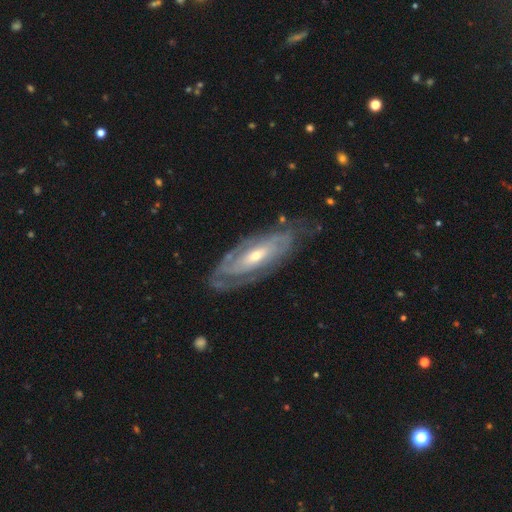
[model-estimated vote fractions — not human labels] smooth_or_featured: featured or disk (p=0.84) [alt: smooth p=0.11]
disk_edge_on: no (p=0.86) [alt: yes p=0.14]
bar: no (p=0.56) [alt: weak p=0.29]
has_spiral_arms: yes (p=0.86) [alt: no p=0.14]
spiral_winding: tight (p=0.71) [alt: medium p=0.22]
spiral_arm_count: can't tell (p=0.47) [alt: 2 p=0.33]
bulge_size: small (p=0.53) [alt: moderate p=0.43]
merging: none (p=0.73) [alt: minor disturbance p=0.18]